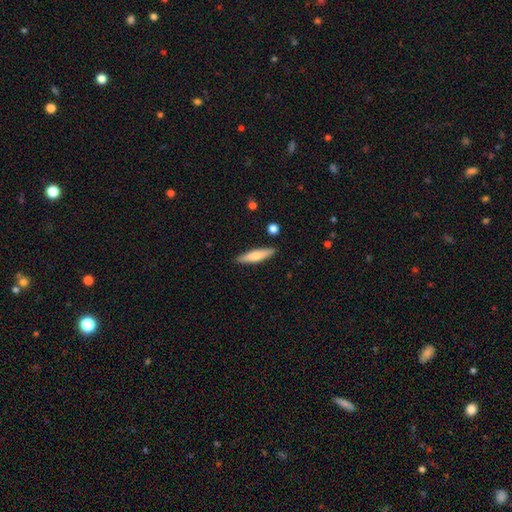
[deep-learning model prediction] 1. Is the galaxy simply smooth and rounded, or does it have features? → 66% smooth, 28% featured or disk, 6% star or artifact.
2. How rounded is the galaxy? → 80% cigar-shaped, 18% in between, 2% round.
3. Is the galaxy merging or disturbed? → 88% none, 8% minor disturbance, 2% merger, 2% major disturbance.